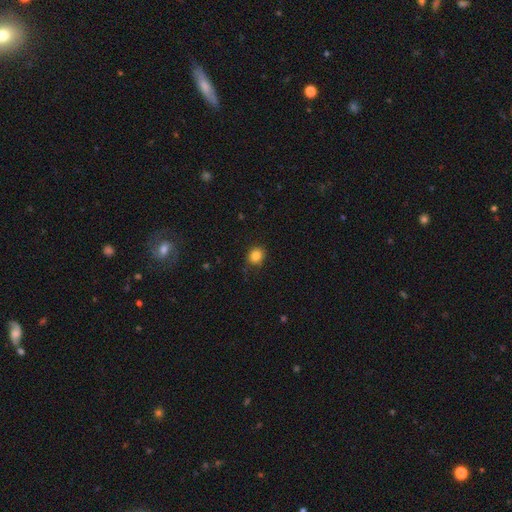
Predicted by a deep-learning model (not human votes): Smooth or featured: smooth — 85% (star or artifact — 11%)
How rounded: round — 73% (in between — 26%)
Merging: none — 80% (minor disturbance — 15%)